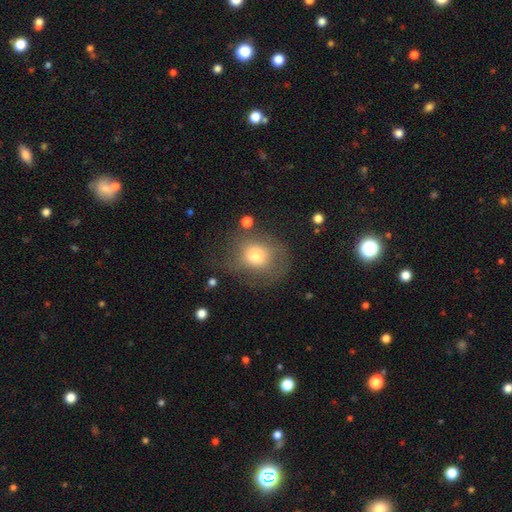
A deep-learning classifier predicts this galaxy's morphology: smooth-or-featured: smooth: 69% | featured or disk: 20% | star or artifact: 11%
  how-rounded: round: 68% | in between: 31% | cigar-shaped: 1%
  merging: none: 49% | major disturbance: 24% | minor disturbance: 23% | merger: 4%